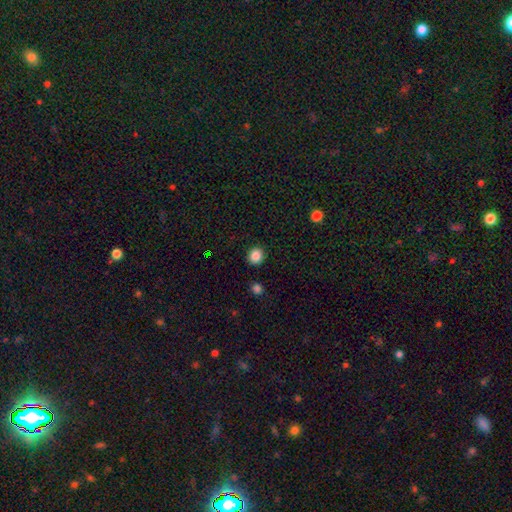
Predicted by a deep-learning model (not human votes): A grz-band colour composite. It shows a smooth galaxy with no disk features (86%) that is round (89%). Merging: none (91%).